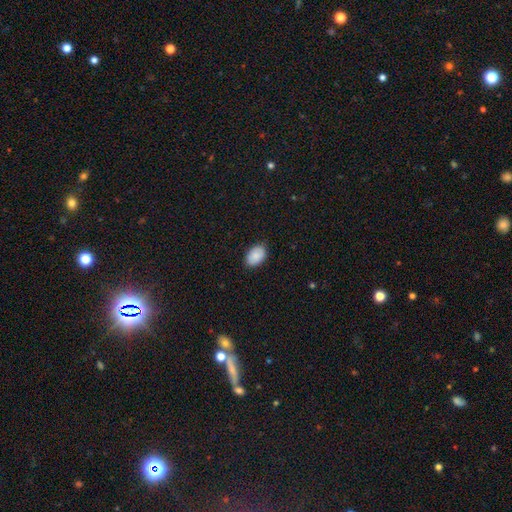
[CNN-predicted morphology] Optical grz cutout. It shows a smooth galaxy with no disk features (87%) that is in between round and cigar-shaped (88%). Merging: none (86%).